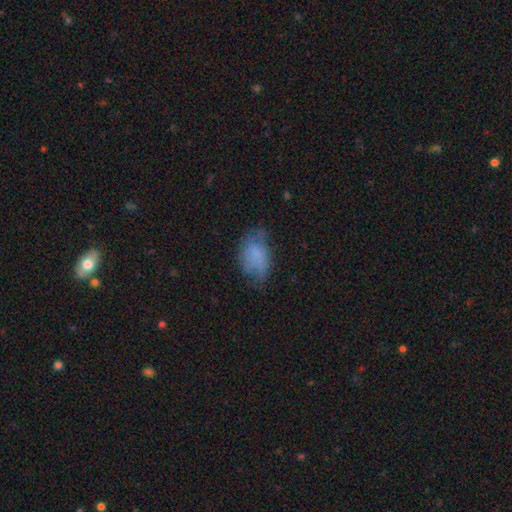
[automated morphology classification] type=smooth (70%); roundness=in between (88%); merging=none (46%).